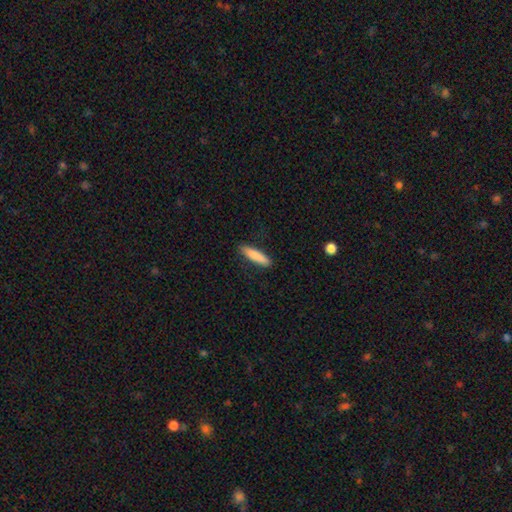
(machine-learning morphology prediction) Smooth or featured: smooth — 85% (featured or disk — 10%)
How rounded: cigar-shaped — 80% (in between — 19%)
Merging: none — 87% (minor disturbance — 10%)